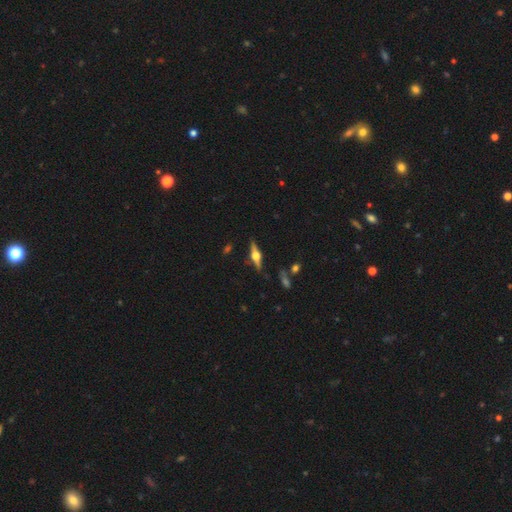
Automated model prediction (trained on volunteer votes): Morphology: type=featured or disk (79%); edge-on=yes (97%); edge-on bulge=rounded (94%); merging=none (86%).